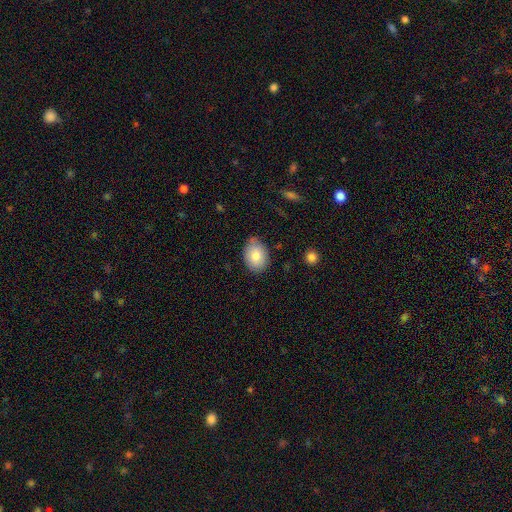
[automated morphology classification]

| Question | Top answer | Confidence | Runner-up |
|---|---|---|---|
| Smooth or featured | smooth | 81% | featured or disk (12%) |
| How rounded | in between | 80% | round (19%) |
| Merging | none | 76% | minor disturbance (20%) |